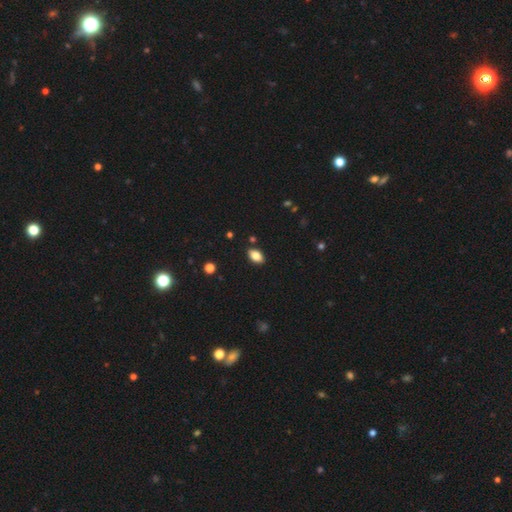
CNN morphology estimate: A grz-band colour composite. It shows a smooth galaxy with no disk features (82%) that is in between round and cigar-shaped (91%). Merging: none (87%).